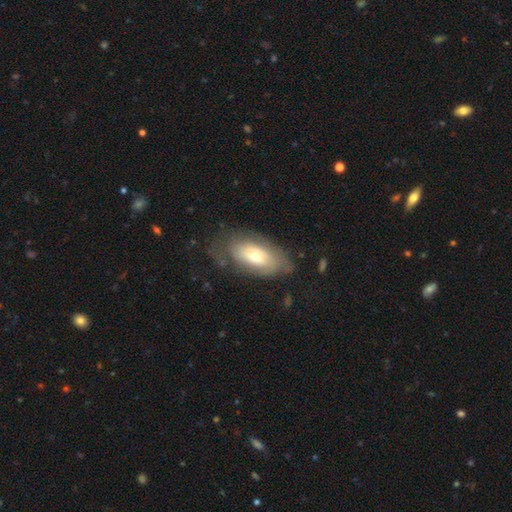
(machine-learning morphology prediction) The model was most divided on "smooth or featured": smooth: 52%, featured or disk: 41%, star or artifact: 7%. More confident: how rounded — in between (90%); merging — none (63%).